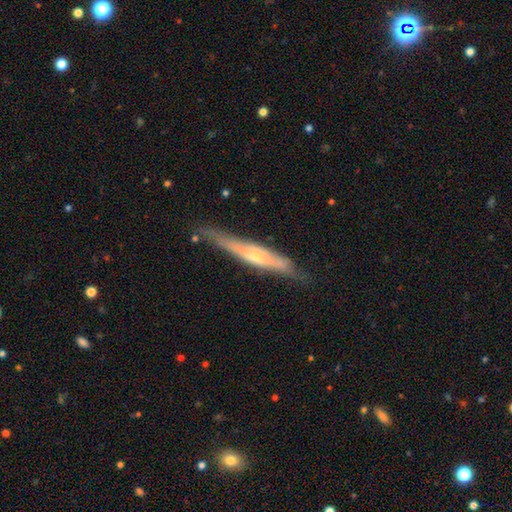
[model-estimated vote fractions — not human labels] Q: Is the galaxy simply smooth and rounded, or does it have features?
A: featured or disk — 64%.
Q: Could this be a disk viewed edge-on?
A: yes — 87%.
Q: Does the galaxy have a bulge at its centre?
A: rounded — 54%.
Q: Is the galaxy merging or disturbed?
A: none — 72%.